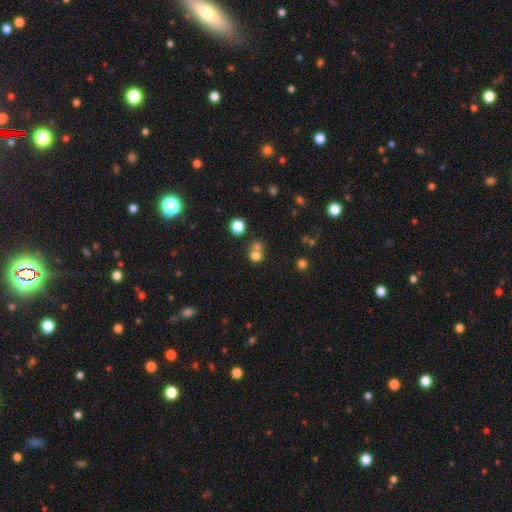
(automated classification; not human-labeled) Morphology: type=smooth (73%); roundness=round (77%); merging=merger (49%).